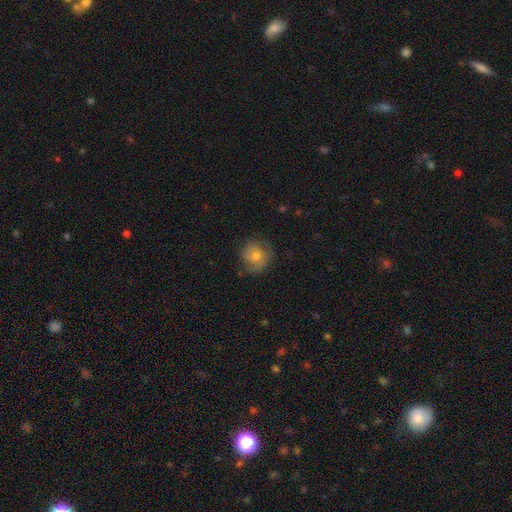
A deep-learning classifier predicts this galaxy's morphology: Smooth or featured?
  - smooth: 54% *
  - featured or disk: 36%
  - star or artifact: 10%
How rounded?
  - round: 88% *
  - in between: 11%
  - cigar-shaped: 1%
Merging?
  - none: 75% *
  - minor disturbance: 18%
  - major disturbance: 6%
  - merger: 1%